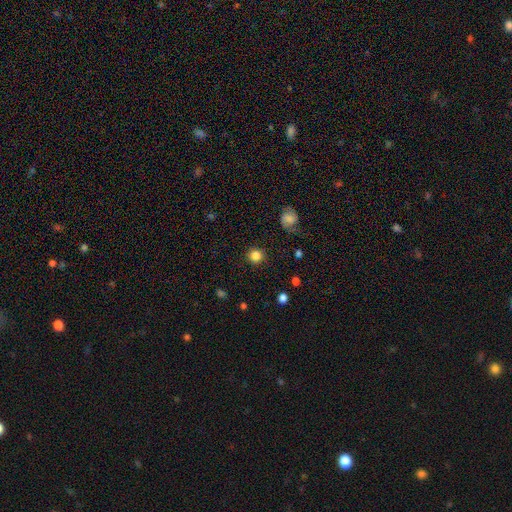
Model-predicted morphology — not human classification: Smooth or featured? Predicted: smooth (p=0.83). How rounded? Predicted: round (p=0.94). Merging? Predicted: none (p=0.89).